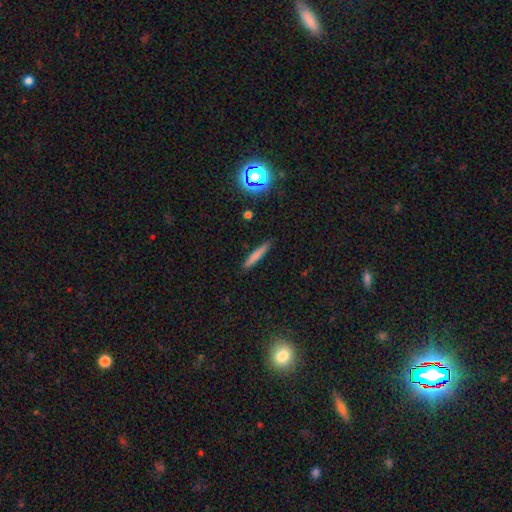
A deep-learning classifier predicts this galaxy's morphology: A smooth galaxy with no disk features (74%) that is cigar-shaped (93%).

Vote fractions:
- Smooth or featured? smooth: 74% / featured or disk: 18% / star or artifact: 9%
- How rounded? cigar-shaped: 93% / in between: 6% / round: 1%
- Merging? none: 89% / minor disturbance: 8% / major disturbance: 2% / merger: 1%